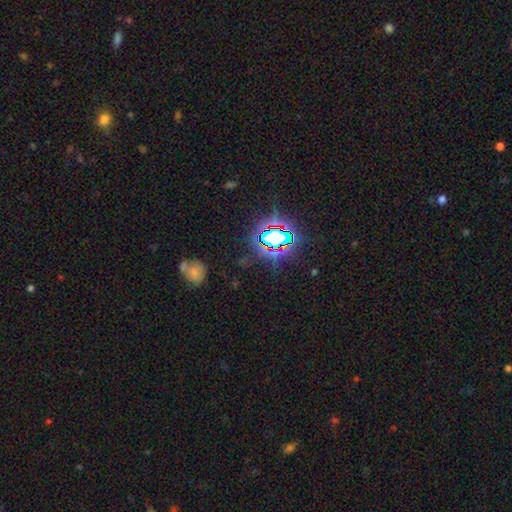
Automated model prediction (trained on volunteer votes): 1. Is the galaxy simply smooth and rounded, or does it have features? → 78% star or artifact, 13% smooth, 9% featured or disk.